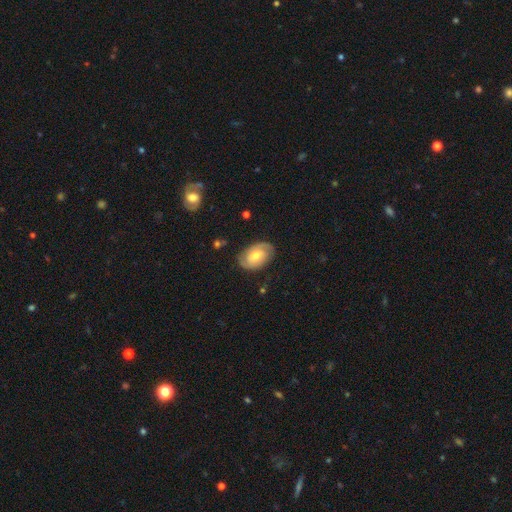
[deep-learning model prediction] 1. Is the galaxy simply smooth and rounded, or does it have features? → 65% featured or disk, 29% smooth, 7% star or artifact.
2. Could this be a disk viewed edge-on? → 95% no, 5% yes.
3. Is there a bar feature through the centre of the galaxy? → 51% no, 39% weak, 9% strong.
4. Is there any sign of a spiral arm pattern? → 86% yes, 14% no.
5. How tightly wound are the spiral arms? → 54% tight, 34% medium, 12% loose.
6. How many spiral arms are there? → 75% 2, 16% can't tell, 4% 1, 3% 3, 1% 4, 1% more than 4.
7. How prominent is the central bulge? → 66% moderate, 25% small, 6% large, 1% none, 1% dominant.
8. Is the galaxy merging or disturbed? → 79% none, 15% minor disturbance, 4% major disturbance, 1% merger.